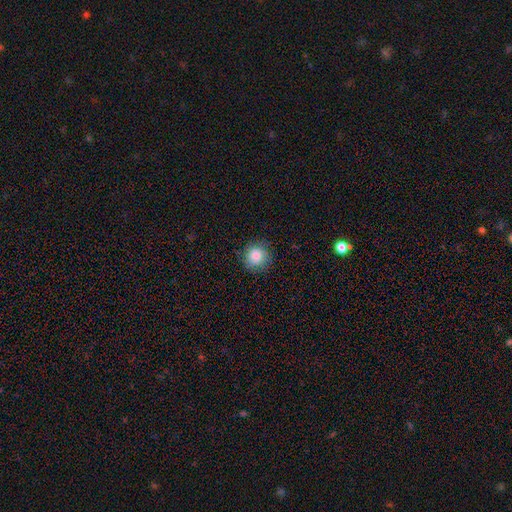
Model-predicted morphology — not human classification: The model was most divided on "smooth or featured": smooth: 84%, star or artifact: 10%, featured or disk: 6%. More confident: how rounded — round (93%); merging — none (86%).